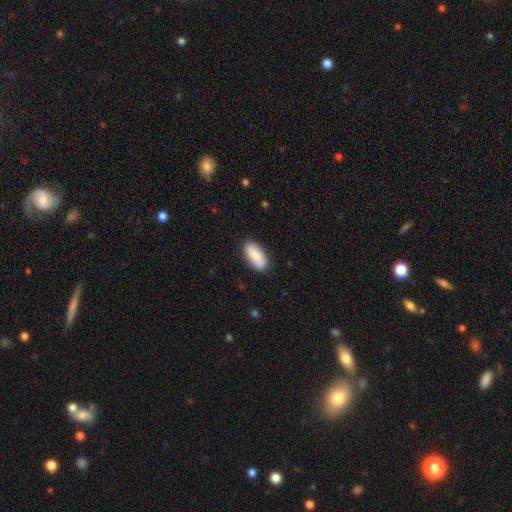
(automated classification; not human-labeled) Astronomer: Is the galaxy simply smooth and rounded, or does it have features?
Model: smooth — 86%.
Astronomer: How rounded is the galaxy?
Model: in between — 89%.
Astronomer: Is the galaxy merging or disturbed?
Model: none — 86%.